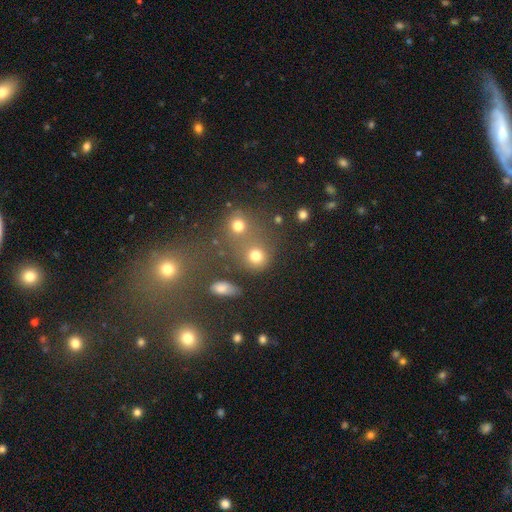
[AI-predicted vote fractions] This is likely a smooth galaxy (75%). How rounded: likely round (80%). Merging: possibly none (53%).